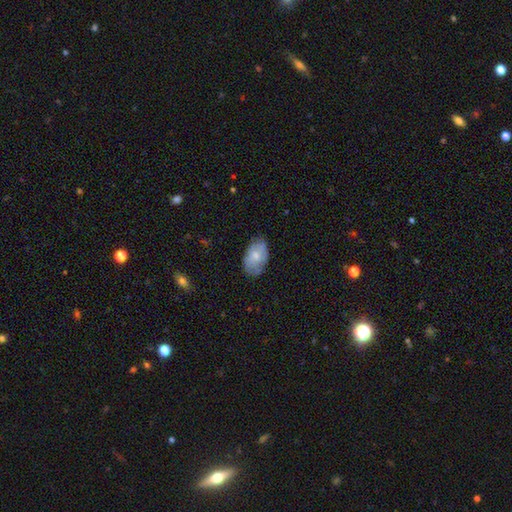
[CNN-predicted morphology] smooth-or-featured: smooth: 69% | featured or disk: 24% | star or artifact: 6%
  how-rounded: in between: 93% | round: 6% | cigar-shaped: 1%
  merging: none: 70% | minor disturbance: 23% | major disturbance: 5% | merger: 1%